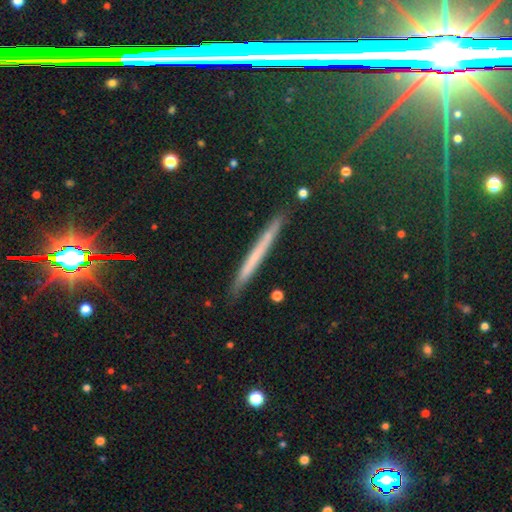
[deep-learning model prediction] This is possibly a smooth galaxy (47%). Merging: clearly none (89%).